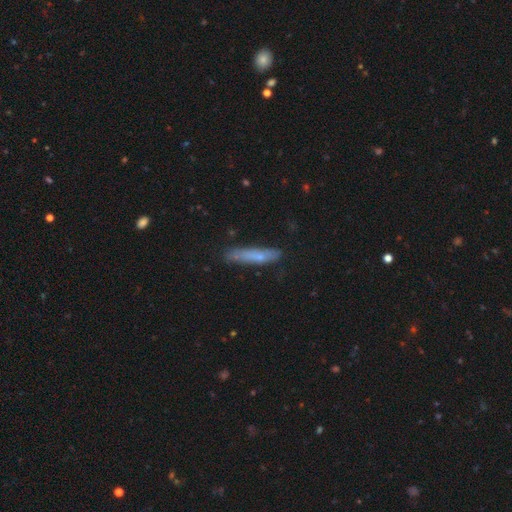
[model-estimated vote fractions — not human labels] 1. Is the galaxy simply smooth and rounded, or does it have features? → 63% smooth, 29% featured or disk, 8% star or artifact.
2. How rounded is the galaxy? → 88% cigar-shaped, 10% in between, 2% round.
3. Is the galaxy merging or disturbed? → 74% none, 20% minor disturbance, 4% major disturbance, 2% merger.